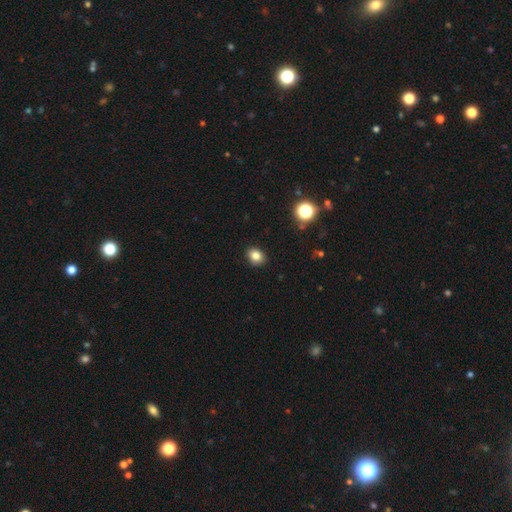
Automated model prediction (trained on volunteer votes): A smooth galaxy with no disk features (82%) that is round (53%). Merging: none (90%).